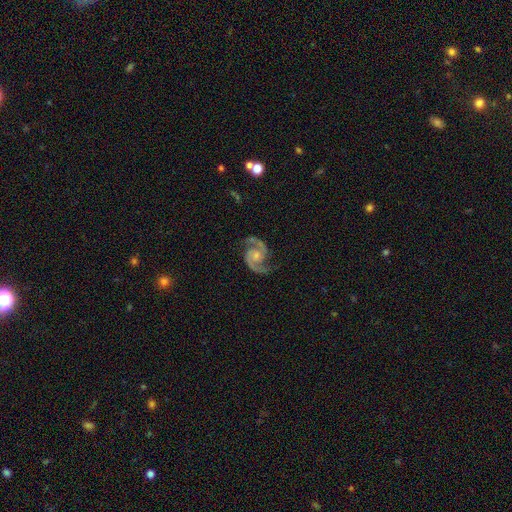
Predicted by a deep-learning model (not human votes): Smooth or featured? featured or disk (93%)
Edge-on disk? no (98%)
Bar? no (69%)
Spiral arms? yes (99%)
Spiral winding? medium (64%)
Spiral arm count? 2 (94%)
Bulge size? small (54%)
Merging? none (81%)